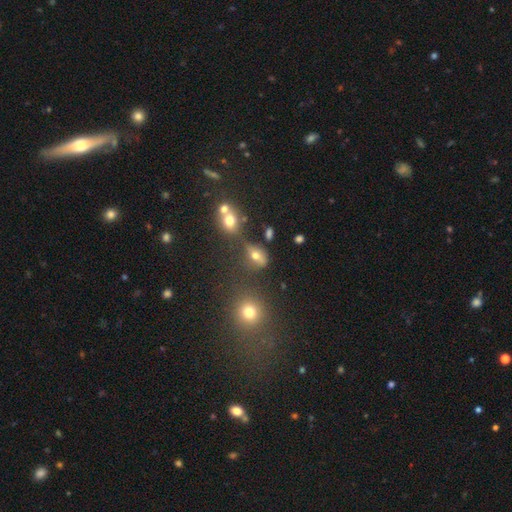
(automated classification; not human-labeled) Overall: smooth (62%). How rounded: in between (56%; round 40%). Merging: none (53%; minor disturbance 19%).